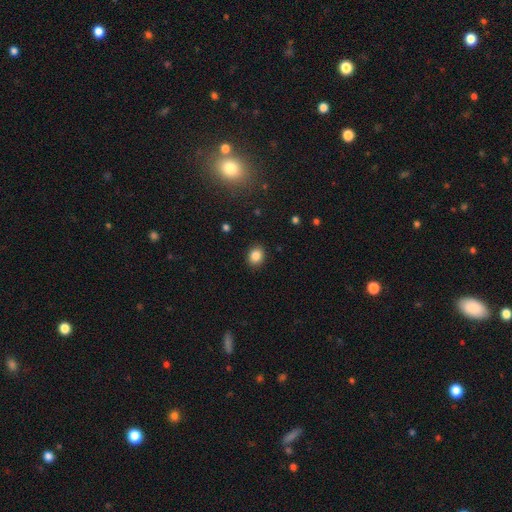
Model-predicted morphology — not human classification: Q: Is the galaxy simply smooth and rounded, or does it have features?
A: smooth — 85%.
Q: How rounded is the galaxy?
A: round — 60%.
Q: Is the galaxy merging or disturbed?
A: none — 90%.